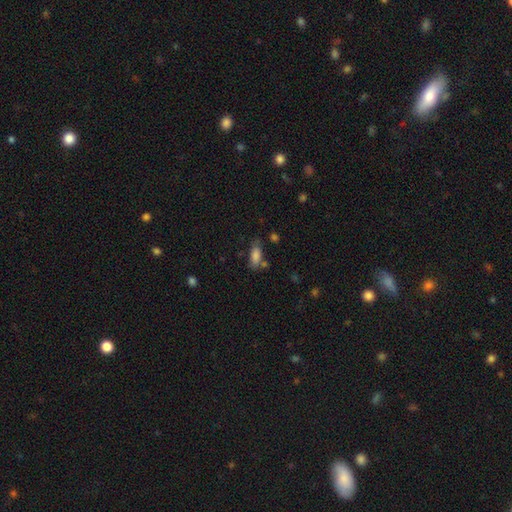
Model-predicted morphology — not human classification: type=smooth (82%); roundness=in between (78%); merging=none (61%).